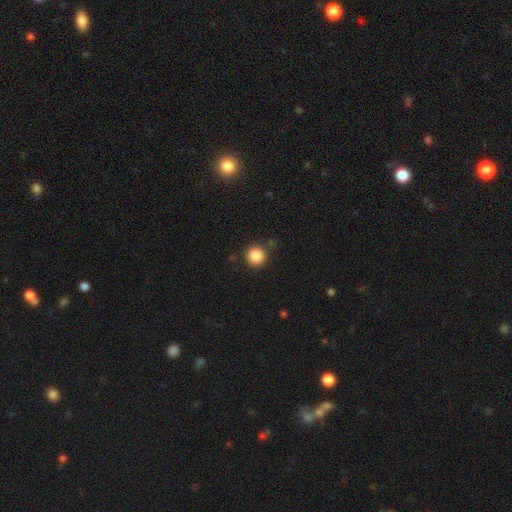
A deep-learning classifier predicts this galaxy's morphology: Overall: smooth (86%). How rounded: round (94%). Merging: none (87%).